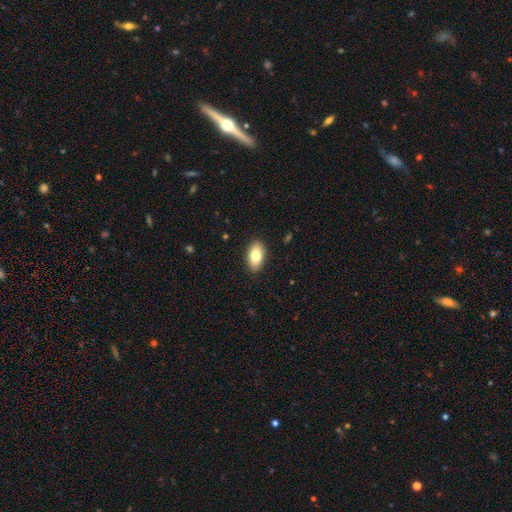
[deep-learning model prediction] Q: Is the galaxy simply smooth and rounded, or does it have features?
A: smooth — 82%.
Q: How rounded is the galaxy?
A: in between — 94%.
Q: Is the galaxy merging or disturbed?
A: none — 90%.